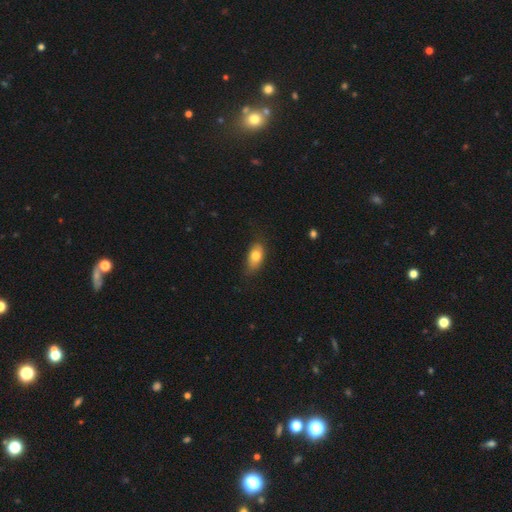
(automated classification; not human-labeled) smooth-or-featured: smooth: 78% | featured or disk: 14% | star or artifact: 7%
  how-rounded: in between: 87% | round: 7% | cigar-shaped: 6%
  merging: none: 73% | minor disturbance: 22% | major disturbance: 5% | merger: 1%